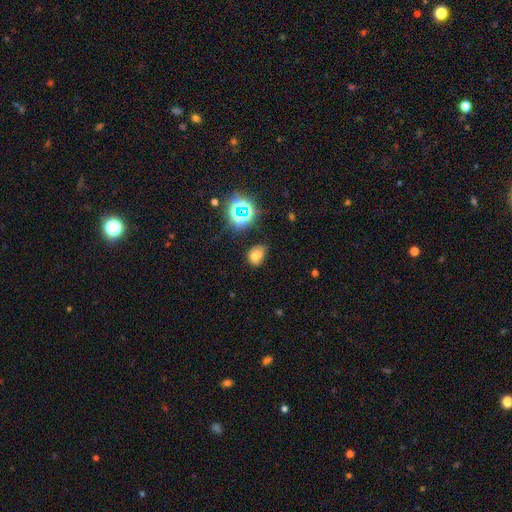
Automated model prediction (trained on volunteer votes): A smooth galaxy with no disk features (64%) that is in between round and cigar-shaped (61%). Merging: none (53%).